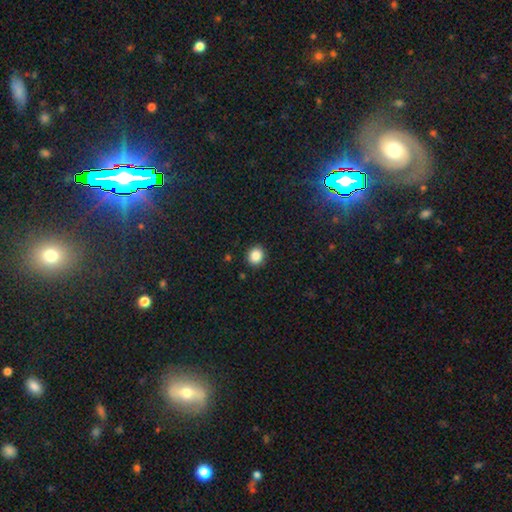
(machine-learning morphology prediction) Q: Smooth or featured?
A: smooth (86%); runner-up: star or artifact (10%)
Q: How rounded?
A: round (84%); runner-up: in between (15%)
Q: Merging?
A: none (91%); runner-up: minor disturbance (6%)